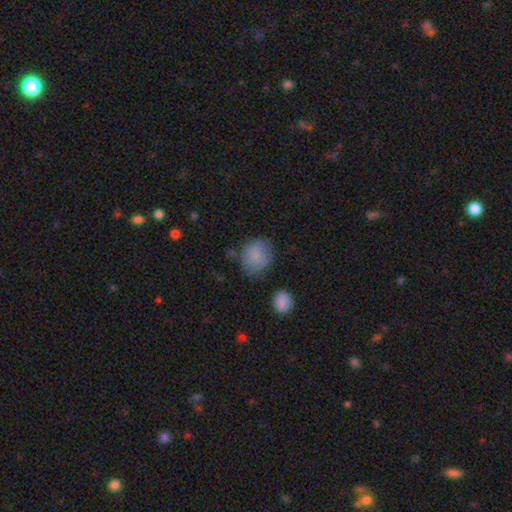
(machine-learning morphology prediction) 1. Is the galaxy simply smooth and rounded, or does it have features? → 84% smooth, 9% star or artifact, 8% featured or disk.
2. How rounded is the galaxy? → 73% round, 26% in between, 1% cigar-shaped.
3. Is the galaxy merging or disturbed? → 69% none, 20% minor disturbance, 6% major disturbance, 4% merger.